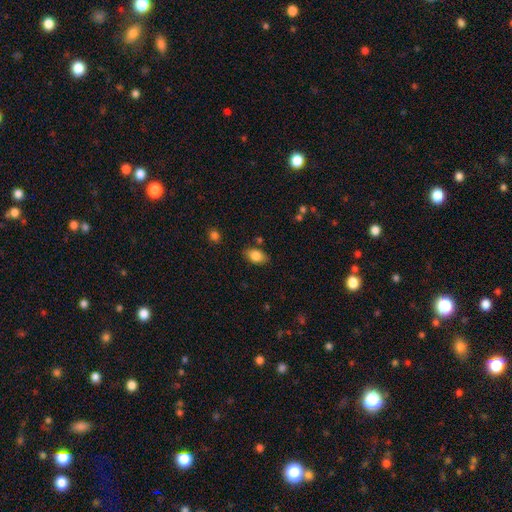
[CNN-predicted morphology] smooth_or_featured: smooth (p=0.82) [alt: featured or disk p=0.11]
how_rounded: in between (p=0.88) [alt: round p=0.10]
merging: none (p=0.80) [alt: minor disturbance p=0.15]